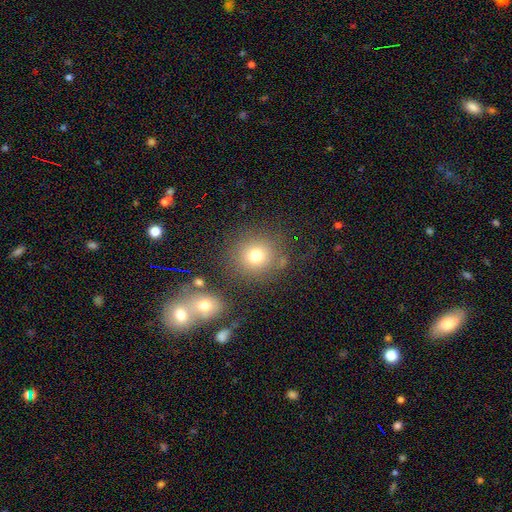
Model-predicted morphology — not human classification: This appears to be a smooth galaxy with no disk features (74%) that is round (89%). Merging: none (77%).